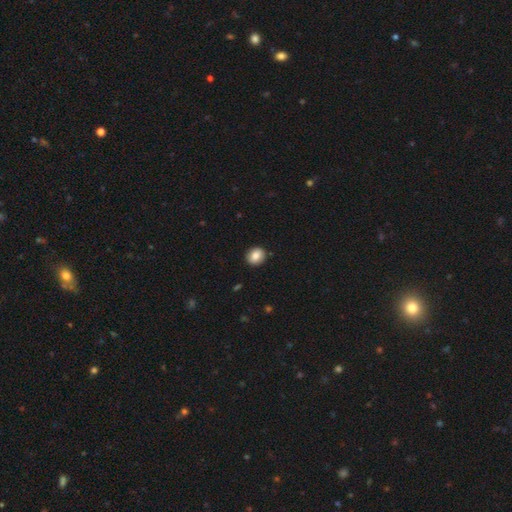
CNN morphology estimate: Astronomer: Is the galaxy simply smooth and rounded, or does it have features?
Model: smooth — 84%.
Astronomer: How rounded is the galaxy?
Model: round — 78%.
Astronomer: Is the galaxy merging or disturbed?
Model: none — 91%.